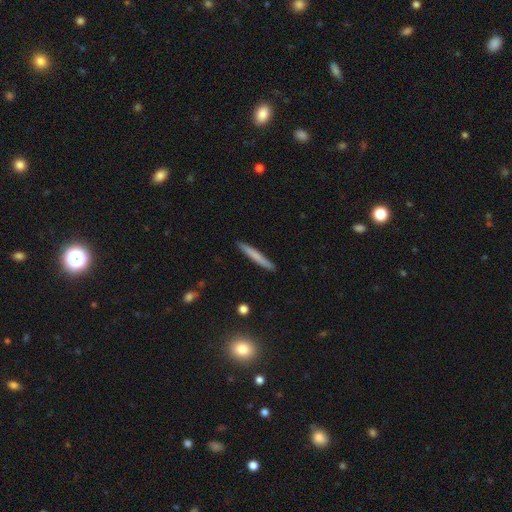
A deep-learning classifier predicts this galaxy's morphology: Smooth or featured? smooth (65%)
How rounded? cigar-shaped (96%)
Merging? none (91%)